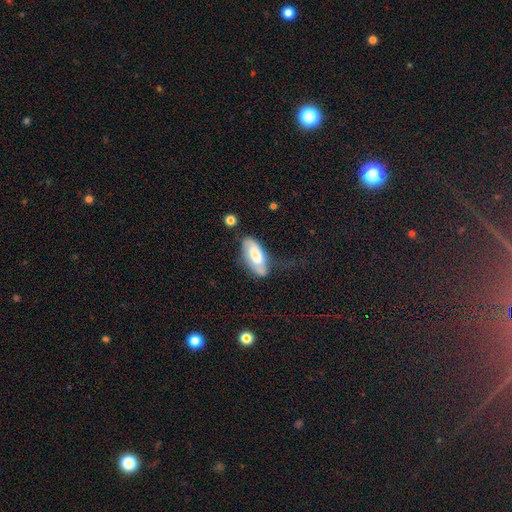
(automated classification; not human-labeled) This is possibly a smooth galaxy (55%). How rounded: clearly in between (85%). Merging: possibly none (51%).